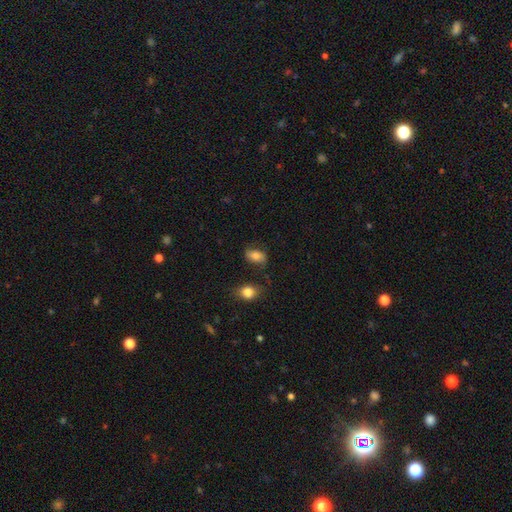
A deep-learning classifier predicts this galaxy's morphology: This is likely a smooth galaxy (73%). How rounded: clearly in between (86%). Merging: likely none (68%).